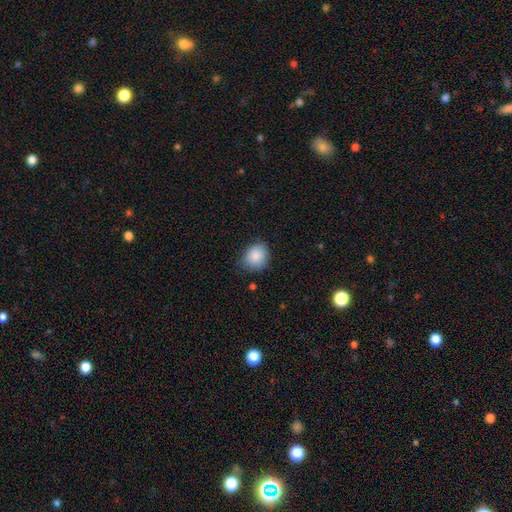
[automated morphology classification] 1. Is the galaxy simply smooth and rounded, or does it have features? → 87% smooth, 8% star or artifact, 6% featured or disk.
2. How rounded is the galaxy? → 56% round, 43% in between, 1% cigar-shaped.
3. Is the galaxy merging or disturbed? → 74% none, 21% minor disturbance, 4% major disturbance, 1% merger.